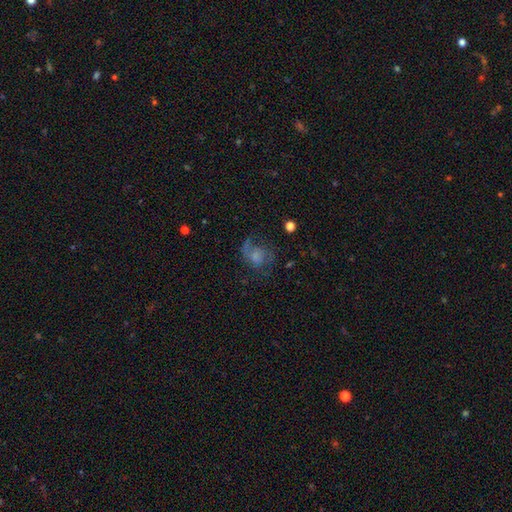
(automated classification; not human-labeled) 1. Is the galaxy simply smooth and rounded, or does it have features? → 53% featured or disk, 33% smooth, 14% star or artifact.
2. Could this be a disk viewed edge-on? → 97% no, 3% yes.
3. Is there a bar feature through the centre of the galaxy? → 71% no, 25% weak, 4% strong.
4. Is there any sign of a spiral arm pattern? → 73% yes, 27% no.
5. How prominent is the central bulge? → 35% small, 31% none, 25% moderate, 7% large, 2% dominant.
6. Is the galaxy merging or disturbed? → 42% none, 35% major disturbance, 20% minor disturbance, 3% merger.